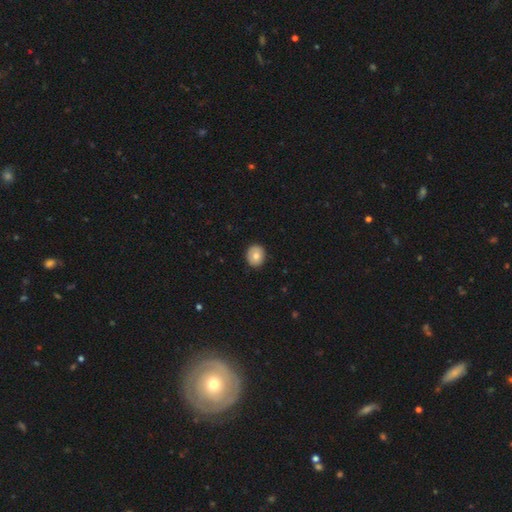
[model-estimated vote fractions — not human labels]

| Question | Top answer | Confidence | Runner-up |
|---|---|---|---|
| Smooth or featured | smooth | 77% | featured or disk (15%) |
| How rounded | round | 73% | in between (26%) |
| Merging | none | 89% | minor disturbance (9%) |